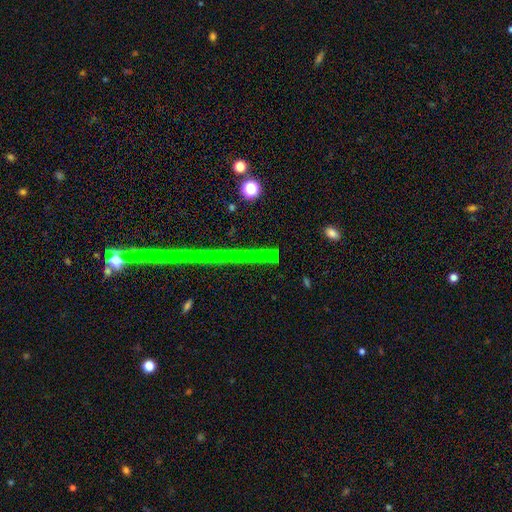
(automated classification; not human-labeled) Smooth or featured?
  - star or artifact: 71% *
  - featured or disk: 17%
  - smooth: 12%